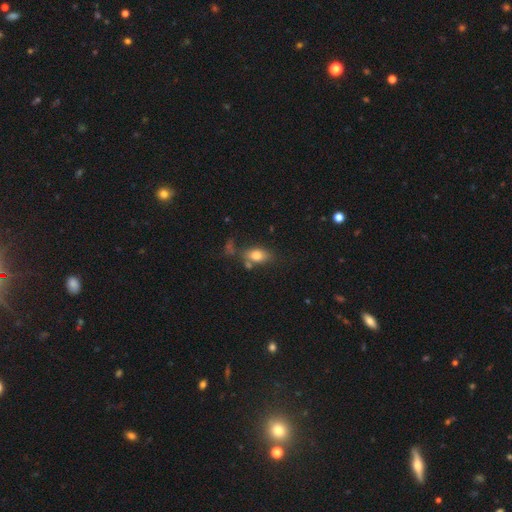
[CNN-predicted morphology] smooth_or_featured: smooth (p=0.77) [alt: featured or disk p=0.14]
how_rounded: in between (p=0.84) [alt: round p=0.13]
merging: none (p=0.58) [alt: minor disturbance p=0.19]